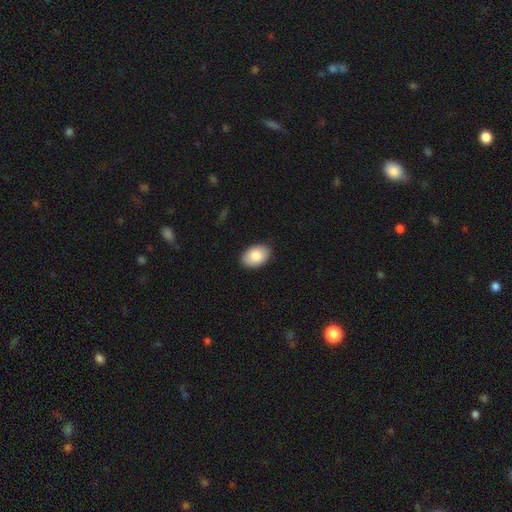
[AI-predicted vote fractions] smooth_or_featured: smooth (p=0.85) [alt: featured or disk p=0.09]
how_rounded: in between (p=0.89) [alt: round p=0.10]
merging: none (p=0.88) [alt: minor disturbance p=0.09]